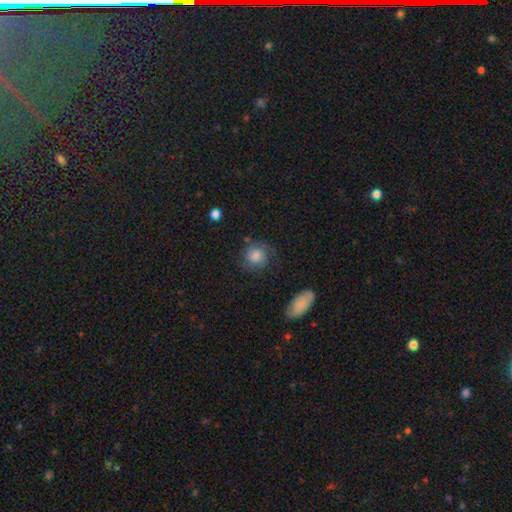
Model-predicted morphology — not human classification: A smooth galaxy with no disk features (57%) that is round (80%).

Vote fractions:
- Smooth or featured? smooth: 57% / featured or disk: 33% / star or artifact: 10%
- How rounded? round: 80% / in between: 19% / cigar-shaped: 1%
- Merging? none: 69% / minor disturbance: 20% / major disturbance: 9% / merger: 3%